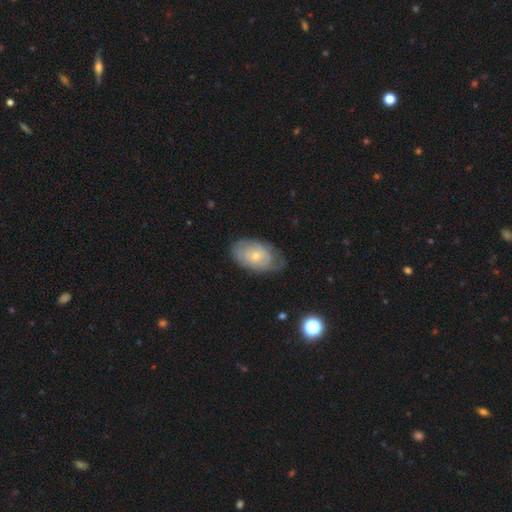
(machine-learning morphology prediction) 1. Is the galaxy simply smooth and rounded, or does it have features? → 50% featured or disk, 43% smooth, 7% star or artifact.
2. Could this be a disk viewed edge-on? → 93% no, 7% yes.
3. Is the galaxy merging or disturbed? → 69% none, 23% minor disturbance, 7% major disturbance, 1% merger.